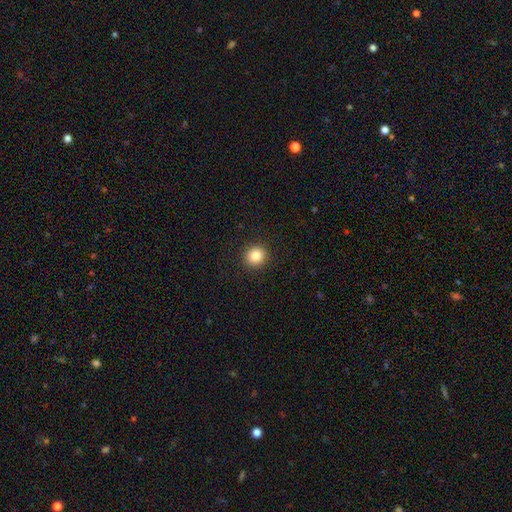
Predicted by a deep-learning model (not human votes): A smooth galaxy with no disk features (85%) that is round (91%).

Vote fractions:
- Smooth or featured? smooth: 85% / star or artifact: 10% / featured or disk: 5%
- How rounded? round: 91% / in between: 8% / cigar-shaped: 1%
- Merging? none: 92% / minor disturbance: 5% / major disturbance: 2% / merger: 1%